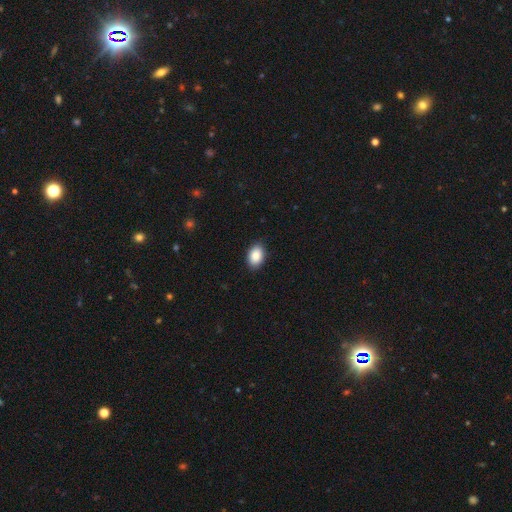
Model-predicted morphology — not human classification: A smooth galaxy with no disk features (89%) that is in between round and cigar-shaped (88%).

Vote fractions:
- Smooth or featured? smooth: 89% / star or artifact: 7% / featured or disk: 4%
- How rounded? in between: 88% / round: 11% / cigar-shaped: 1%
- Merging? none: 88% / minor disturbance: 9% / major disturbance: 2% / merger: 1%